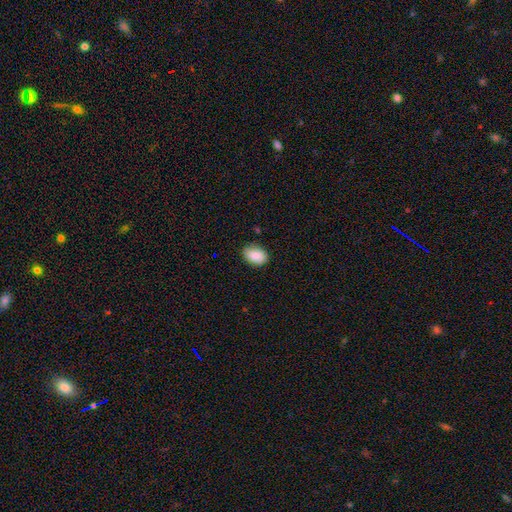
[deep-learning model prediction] smooth_or_featured: smooth (p=0.84) [alt: featured or disk p=0.08]
how_rounded: in between (p=0.83) [alt: round p=0.16]
merging: none (p=0.80) [alt: minor disturbance p=0.16]